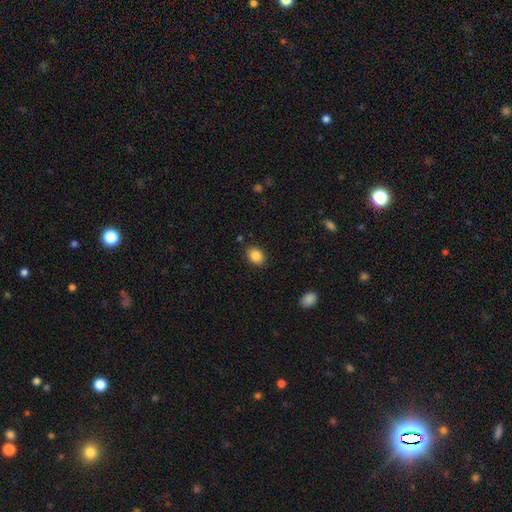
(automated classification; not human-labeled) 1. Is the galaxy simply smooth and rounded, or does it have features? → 87% smooth, 8% star or artifact, 5% featured or disk.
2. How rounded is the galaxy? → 71% in between, 28% round, 1% cigar-shaped.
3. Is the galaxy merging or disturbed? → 87% none, 9% minor disturbance, 2% major disturbance, 2% merger.